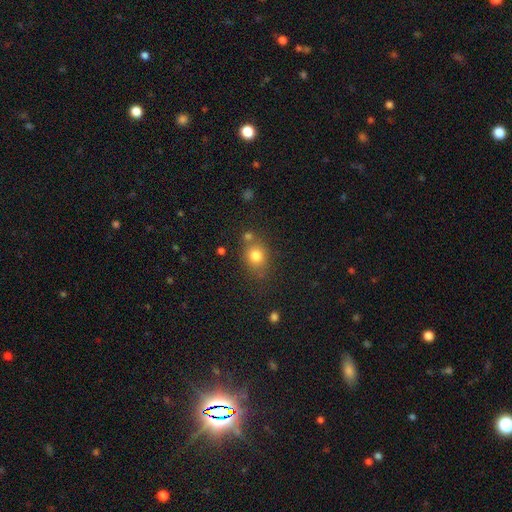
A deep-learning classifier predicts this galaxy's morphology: Smooth or featured: smooth — 79% (star or artifact — 12%)
How rounded: round — 60% (in between — 39%)
Merging: none — 68% (minor disturbance — 15%)